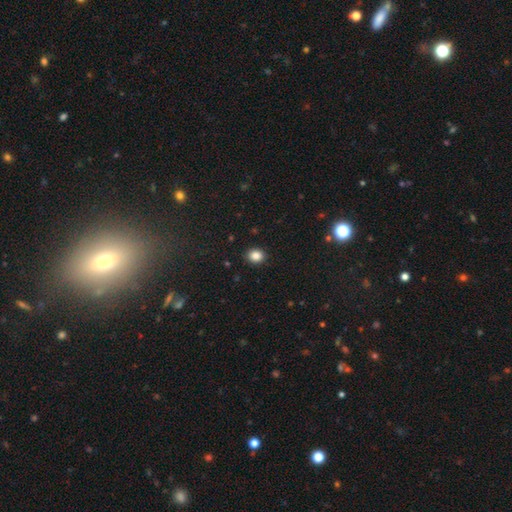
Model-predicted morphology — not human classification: This appears to be a smooth galaxy with no disk features (86%) that is round (67%). Merging: none (91%).